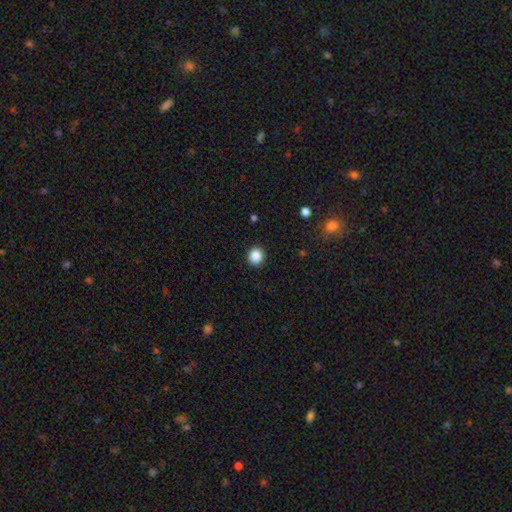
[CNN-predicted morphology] type=smooth (87%); roundness=round (88%); merging=none (92%).